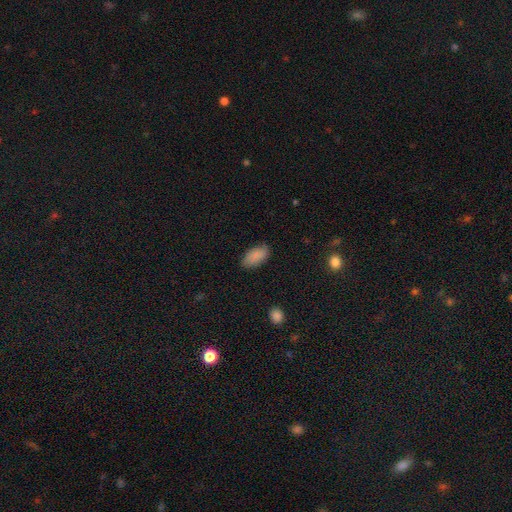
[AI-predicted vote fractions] The model was most divided on "merging": none: 81%, minor disturbance: 15%, major disturbance: 3%, merger: 1%. More confident: how rounded — in between (93%); smooth or featured — smooth (86%).